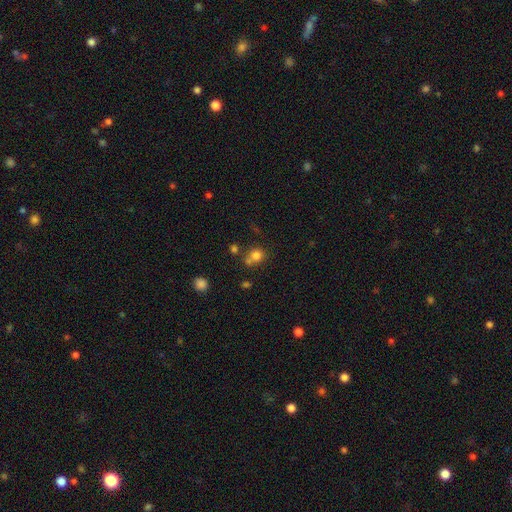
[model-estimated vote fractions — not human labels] Smooth or featured? smooth (77%)
How rounded? round (81%)
Merging? none (55%)